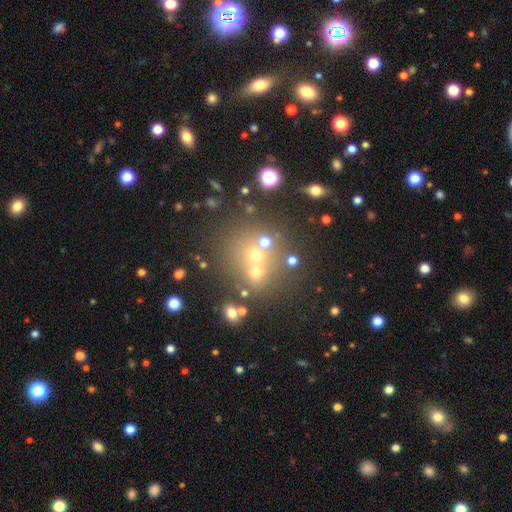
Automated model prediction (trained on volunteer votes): smooth 48%, star or artifact 30%, featured or disk 22%. Down the decision tree: merging — none (48%).